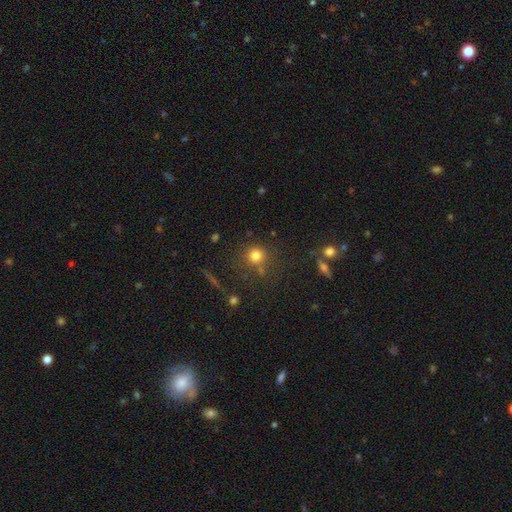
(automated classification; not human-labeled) The model was most divided on "merging": none: 71%, minor disturbance: 12%, merger: 11%, major disturbance: 6%. More confident: how rounded — round (90%); smooth or featured — smooth (77%).